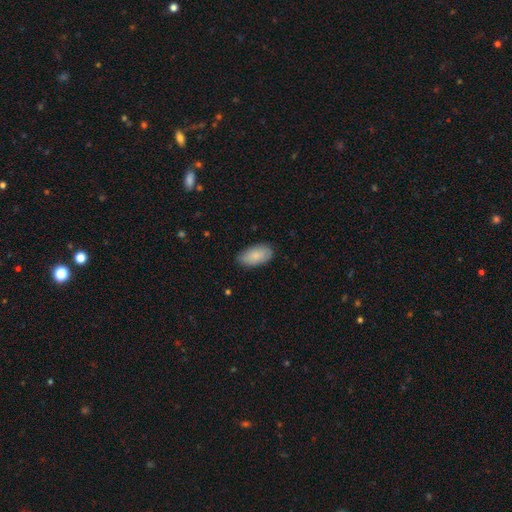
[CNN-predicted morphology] type=smooth (83%); roundness=in between (94%); merging=none (81%).